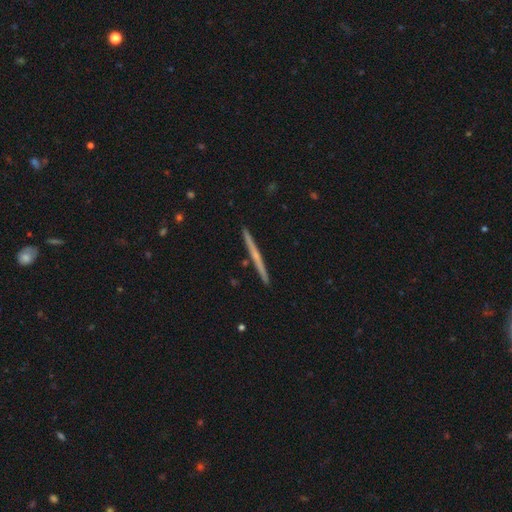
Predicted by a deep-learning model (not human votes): smooth-or-featured: featured or disk: 62% | smooth: 33% | star or artifact: 6%
  disk-edge-on: yes: 98% | no: 2%
    edge-on-bulge: none: 66% | rounded: 30% | boxy: 4%
  merging: none: 92% | minor disturbance: 5% | merger: 1% | major disturbance: 1%